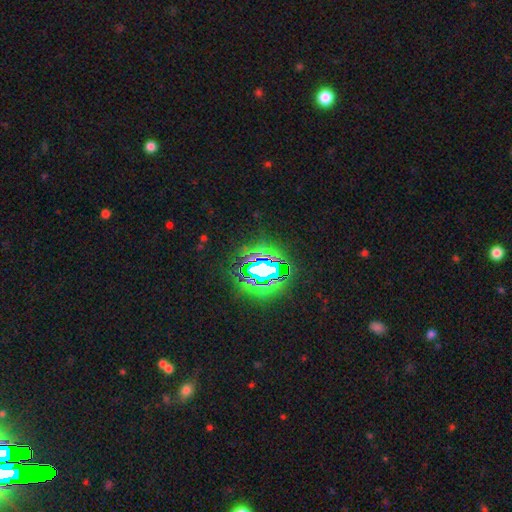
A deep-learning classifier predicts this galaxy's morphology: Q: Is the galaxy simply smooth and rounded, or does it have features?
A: star or artifact — 83%.